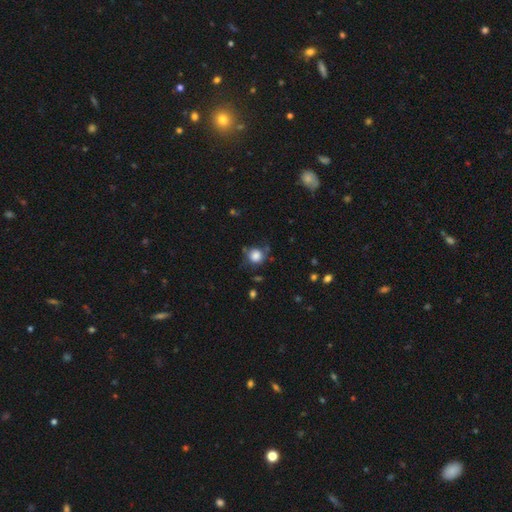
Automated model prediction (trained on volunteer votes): smooth-or-featured: smooth: 80% | star or artifact: 11% | featured or disk: 9%
  how-rounded: round: 87% | in between: 12% | cigar-shaped: 1%
  merging: none: 65% | minor disturbance: 22% | major disturbance: 9% | merger: 4%